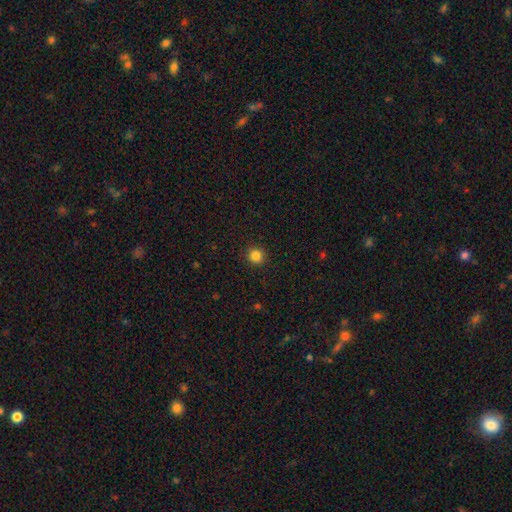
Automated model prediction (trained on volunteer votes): The model was most divided on "smooth or featured": smooth: 85%, star or artifact: 12%, featured or disk: 4%. More confident: how rounded — round (93%); merging — none (92%).